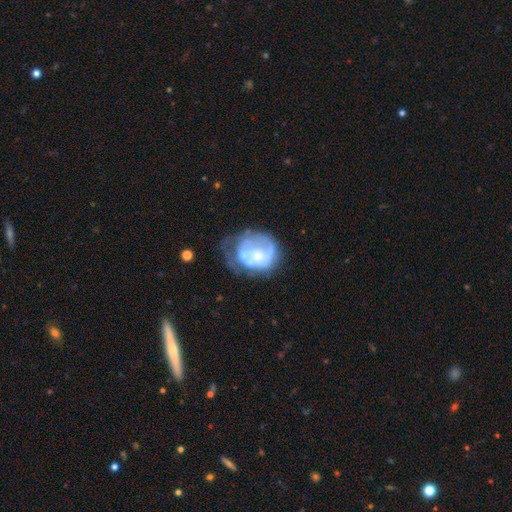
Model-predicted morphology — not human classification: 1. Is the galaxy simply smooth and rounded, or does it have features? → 62% featured or disk, 30% smooth, 8% star or artifact.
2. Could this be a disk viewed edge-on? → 98% no, 2% yes.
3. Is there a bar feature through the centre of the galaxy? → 81% no, 15% weak, 4% strong.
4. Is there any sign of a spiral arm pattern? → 56% no, 44% yes.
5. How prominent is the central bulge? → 32% none, 29% moderate, 24% small, 12% large, 3% dominant.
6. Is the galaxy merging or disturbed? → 34% none, 31% major disturbance, 24% minor disturbance, 11% merger.